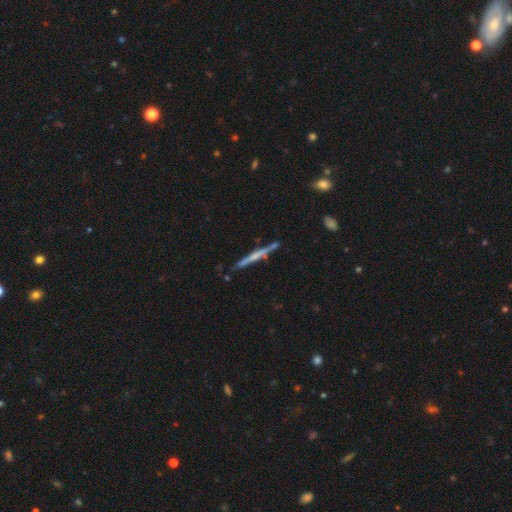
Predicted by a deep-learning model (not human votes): A featured or disk galaxy (63%) viewed edge-on (97%) with no central bulge (45%). Merging: none (82%).